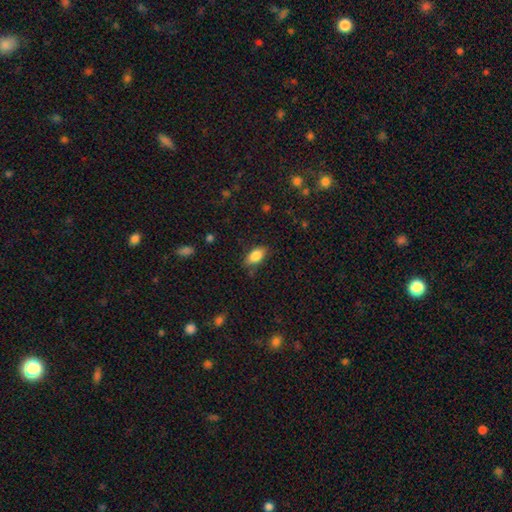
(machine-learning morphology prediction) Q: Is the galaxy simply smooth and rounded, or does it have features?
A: smooth — 85%.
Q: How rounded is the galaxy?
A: in between — 90%.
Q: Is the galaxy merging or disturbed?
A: none — 78%.